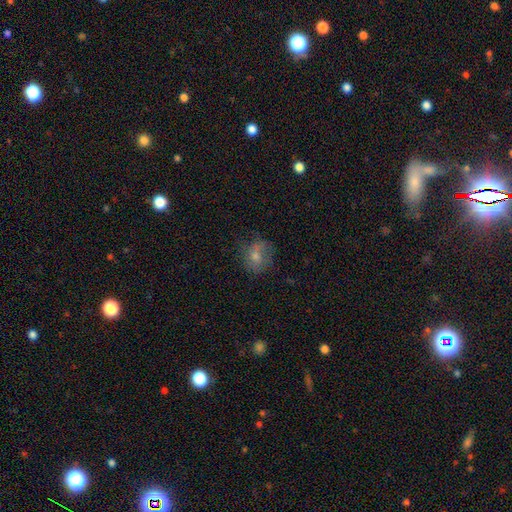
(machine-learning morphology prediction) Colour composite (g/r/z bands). It shows a smooth galaxy with no disk features (56%) that is round (66%). Merging: none (61%).